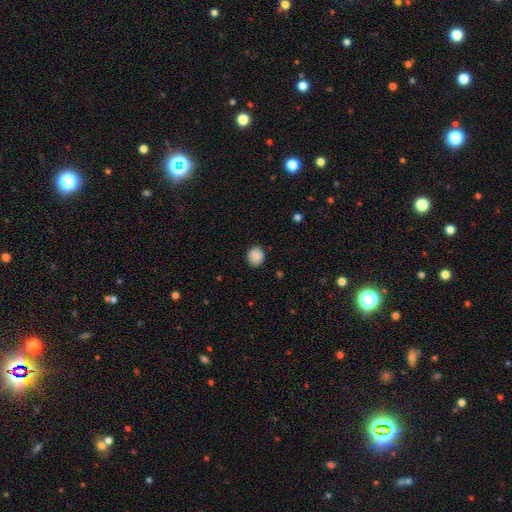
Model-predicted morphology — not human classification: type=smooth (87%); roundness=round (76%); merging=none (85%).